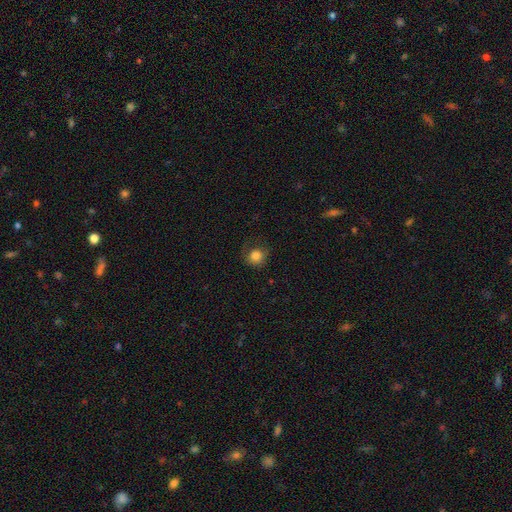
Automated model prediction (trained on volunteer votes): Smooth or featured? Predicted: smooth (p=0.82). How rounded? Predicted: round (p=0.87). Merging? Predicted: none (p=0.68).